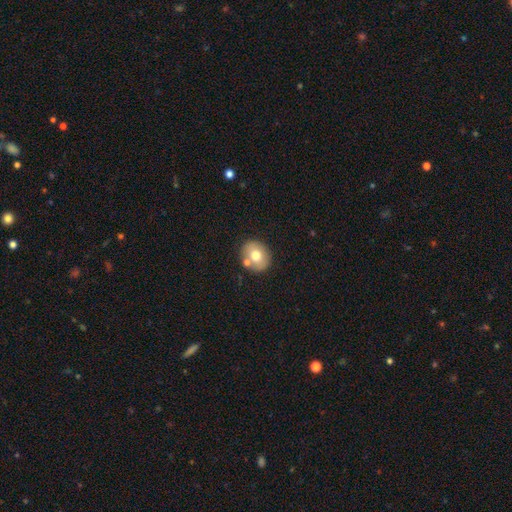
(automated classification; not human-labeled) Smooth or featured: smooth — 71% (featured or disk — 20%)
How rounded: round — 65% (in between — 34%)
Merging: none — 72% (merger — 14%)